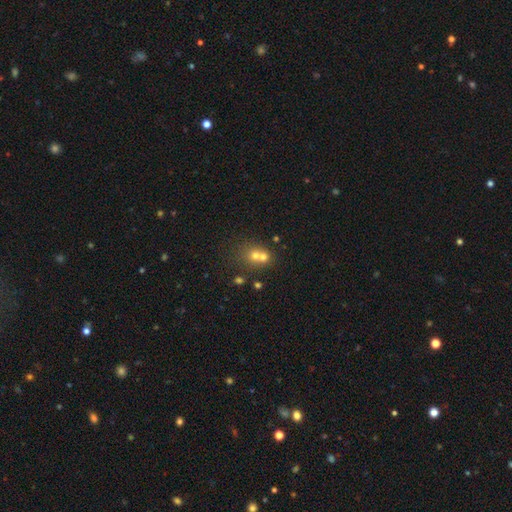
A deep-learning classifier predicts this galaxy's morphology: This is possibly a smooth galaxy (59%). How rounded: likely round (75%). Merging: possibly merger (54%).